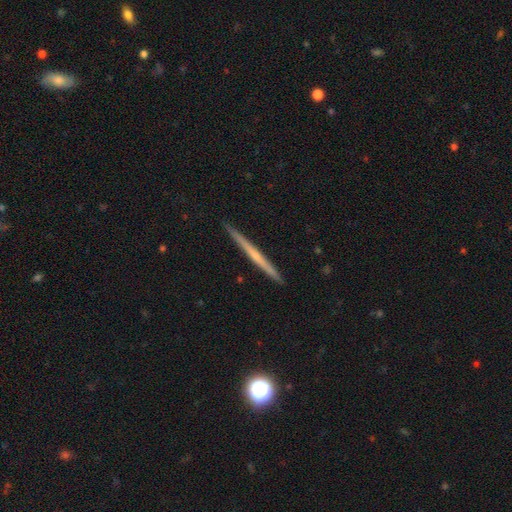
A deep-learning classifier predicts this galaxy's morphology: Overall: featured or disk (64%; smooth 30%). Edge-on disk: yes (98%). Edge-on bulge: none (65%; rounded 30%). Merging: none (92%).